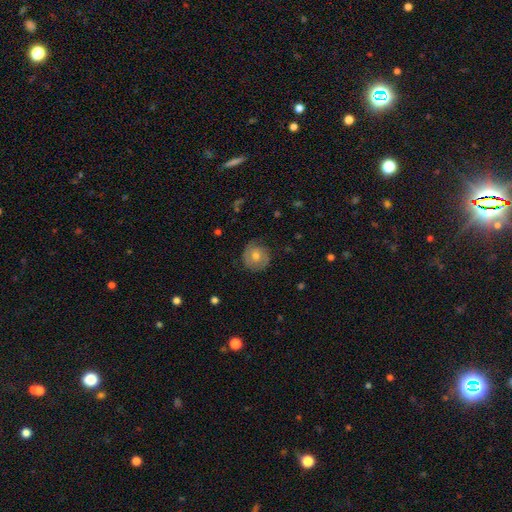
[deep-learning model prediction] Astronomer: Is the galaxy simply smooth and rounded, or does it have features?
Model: featured or disk — 56% (runner-up: smooth, 35%).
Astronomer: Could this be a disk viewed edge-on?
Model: no — 97%.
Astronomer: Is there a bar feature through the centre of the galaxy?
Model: no — 74%.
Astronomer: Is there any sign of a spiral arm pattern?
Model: yes — 82%.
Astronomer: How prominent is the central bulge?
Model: moderate — 65%.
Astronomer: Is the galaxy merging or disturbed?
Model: none — 80%.